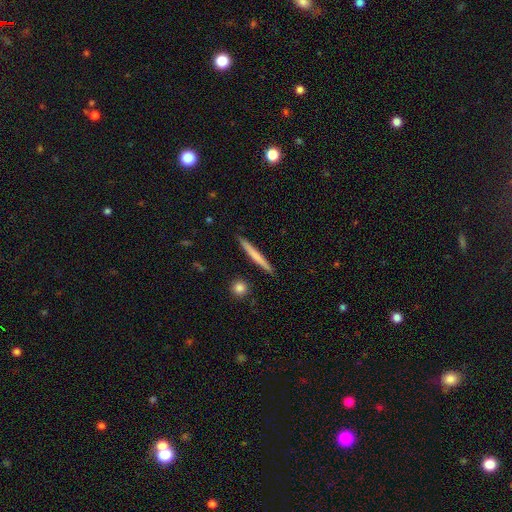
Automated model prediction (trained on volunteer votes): A smooth galaxy with no disk features (60%) that is cigar-shaped (97%). Merging: none (91%).